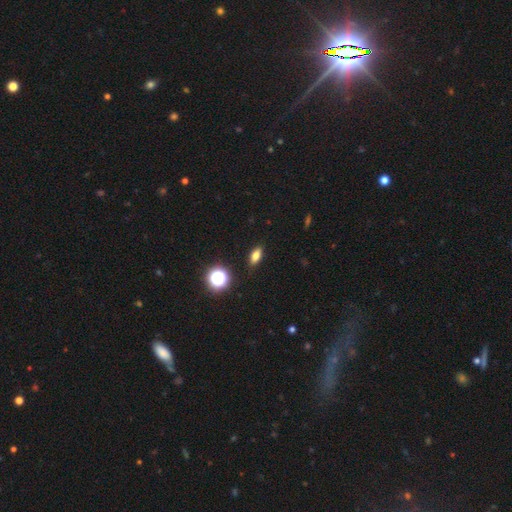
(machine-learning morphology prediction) Smooth or featured: smooth — 74% (star or artifact — 14%)
How rounded: in between — 76% (cigar-shaped — 14%)
Merging: none — 89% (minor disturbance — 8%)